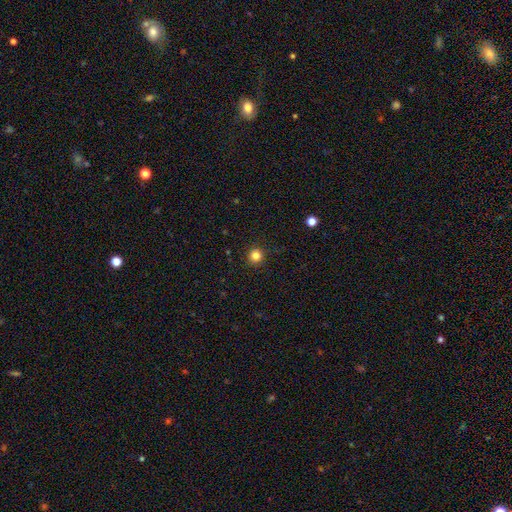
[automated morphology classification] A smooth galaxy with no disk features (83%) that is round (94%).

Vote fractions:
- Smooth or featured? smooth: 83% / star or artifact: 13% / featured or disk: 4%
- How rounded? round: 94% / in between: 5% / cigar-shaped: 1%
- Merging? none: 92% / minor disturbance: 5% / major disturbance: 2% / merger: 1%